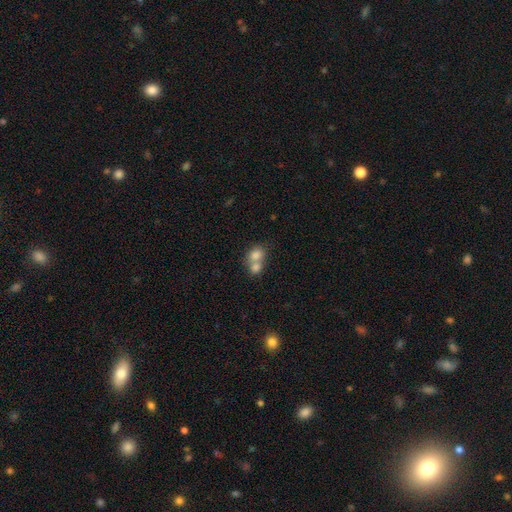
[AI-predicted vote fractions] Smooth or featured: smooth — 77% (featured or disk — 13%)
How rounded: round — 60% (in between — 39%)
Merging: merger — 65% (none — 26%)